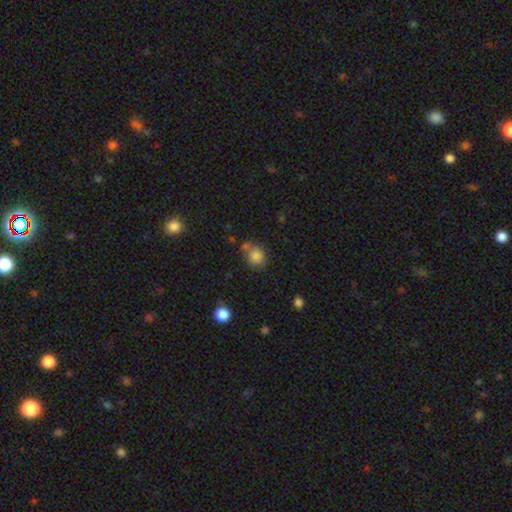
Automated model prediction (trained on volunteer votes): Q: Smooth or featured?
A: smooth (82%); runner-up: star or artifact (12%)
Q: How rounded?
A: round (73%); runner-up: in between (26%)
Q: Merging?
A: none (63%); runner-up: minor disturbance (16%)